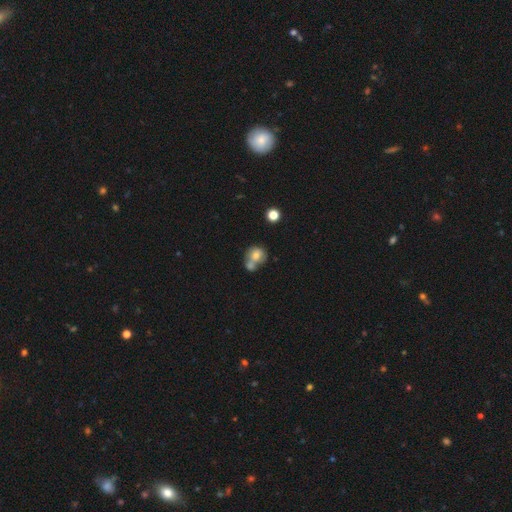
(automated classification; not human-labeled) A smooth galaxy with no disk features (69%) that is round (74%).

Vote fractions:
- Smooth or featured? smooth: 69% / featured or disk: 20% / star or artifact: 10%
- How rounded? round: 74% / in between: 25% / cigar-shaped: 1%
- Merging? merger: 51% / none: 32% / minor disturbance: 11% / major disturbance: 5%